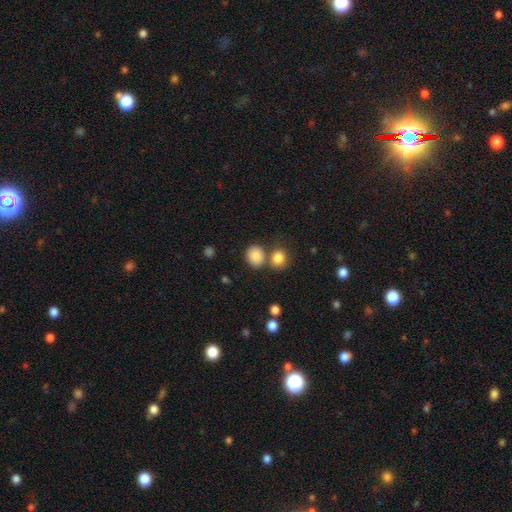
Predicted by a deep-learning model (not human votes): Q: Smooth or featured?
A: smooth (85%); runner-up: star or artifact (10%)
Q: How rounded?
A: round (72%); runner-up: in between (28%)
Q: Merging?
A: none (65%); runner-up: merger (21%)